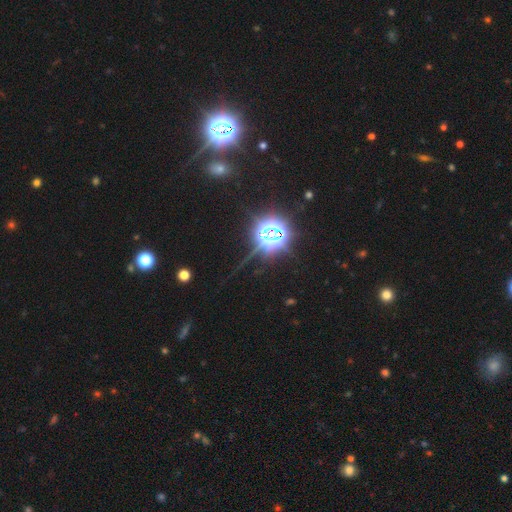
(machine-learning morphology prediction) Q: Smooth or featured?
A: star or artifact (82%); runner-up: smooth (12%)